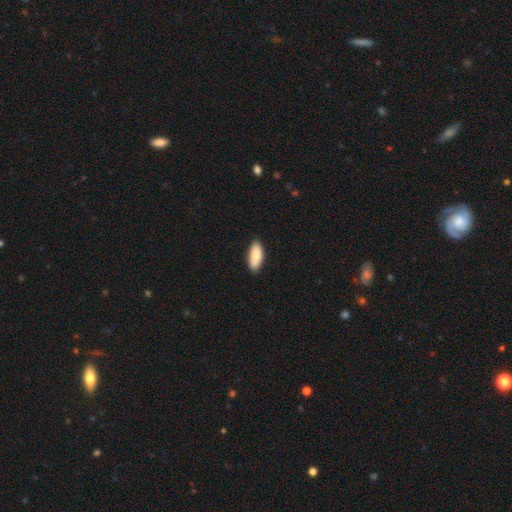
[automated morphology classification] Smooth or featured? smooth (89%)
How rounded? in between (79%)
Merging? none (86%)